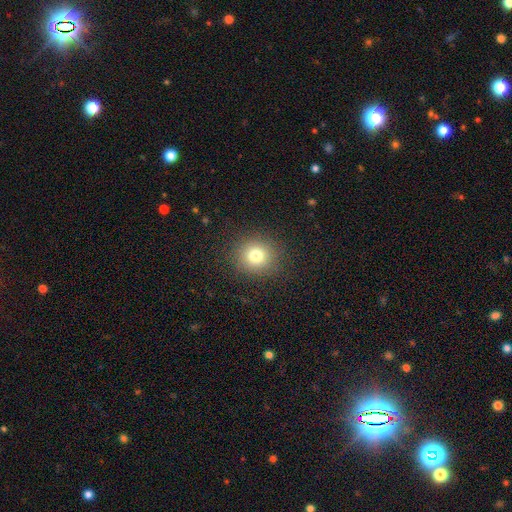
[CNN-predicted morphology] Q: Smooth or featured?
A: smooth (78%); runner-up: star or artifact (14%)
Q: How rounded?
A: round (87%); runner-up: in between (12%)
Q: Merging?
A: none (88%); runner-up: minor disturbance (7%)